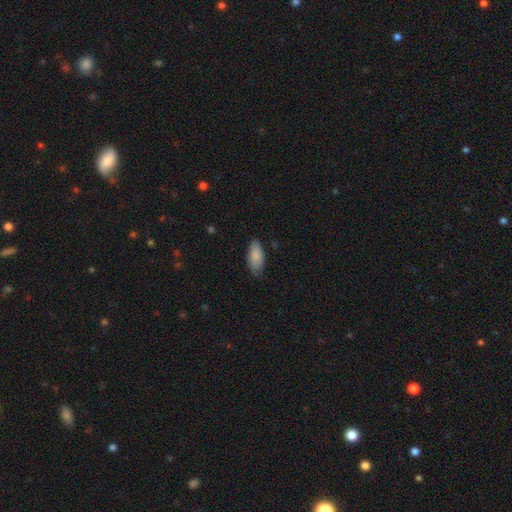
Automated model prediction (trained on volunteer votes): This appears to be a smooth galaxy with no disk features (87%) that is in between round and cigar-shaped (88%). Merging: none (76%).